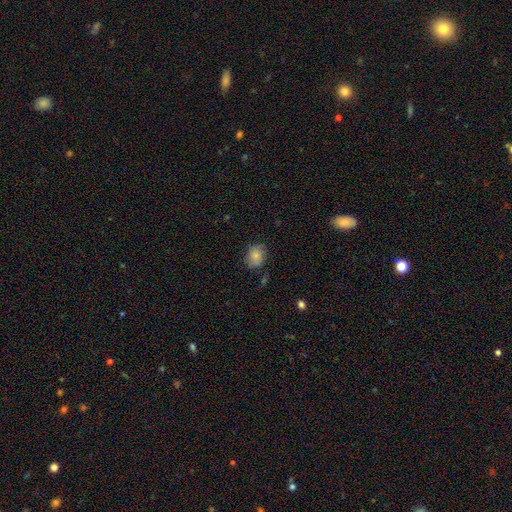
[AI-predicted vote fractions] Smooth or featured: smooth — 81% (featured or disk — 11%)
How rounded: in between — 55% (round — 44%)
Merging: none — 72% (minor disturbance — 21%)